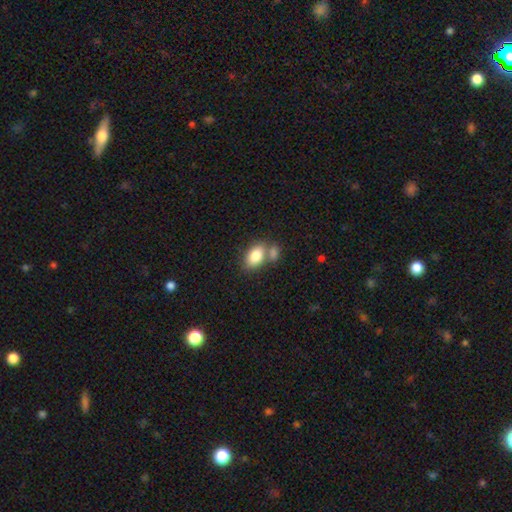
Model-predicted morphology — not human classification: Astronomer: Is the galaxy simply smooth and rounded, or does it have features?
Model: smooth — 82%.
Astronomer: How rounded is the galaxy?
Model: in between — 88%.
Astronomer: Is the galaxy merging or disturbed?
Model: none — 45% (runner-up: merger, 39%).